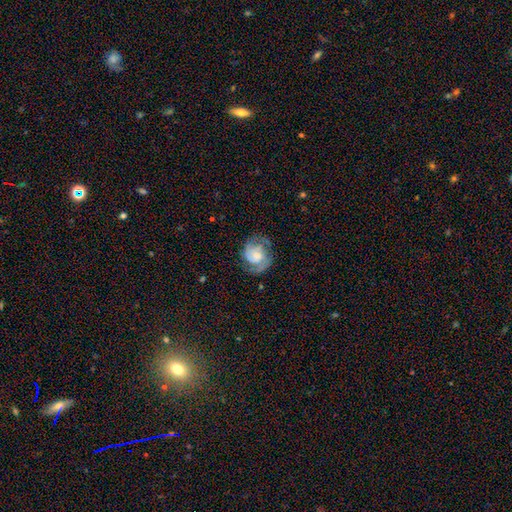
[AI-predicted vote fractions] Smooth or featured?
  - featured or disk: 78% *
  - smooth: 16%
  - star or artifact: 6%
Edge-on disk?
  - no: 98% *
  - yes: 2%
Bar?
  - no: 68% *
  - weak: 27%
  - strong: 5%
Spiral arms?
  - yes: 94% *
  - no: 6%
Spiral winding?
  - tight: 45% *
  - medium: 42%
  - loose: 13%
Spiral arm count?
  - 2: 75% *
  - can't tell: 10%
  - 3: 6%
  - 1: 5%
  - 4: 2%
  - more than 4: 2%
Bulge size?
  - moderate: 44% *
  - small: 41%
  - large: 8%
  - none: 5%
  - dominant: 2%
Merging?
  - none: 67% *
  - minor disturbance: 20%
  - major disturbance: 11%
  - merger: 1%